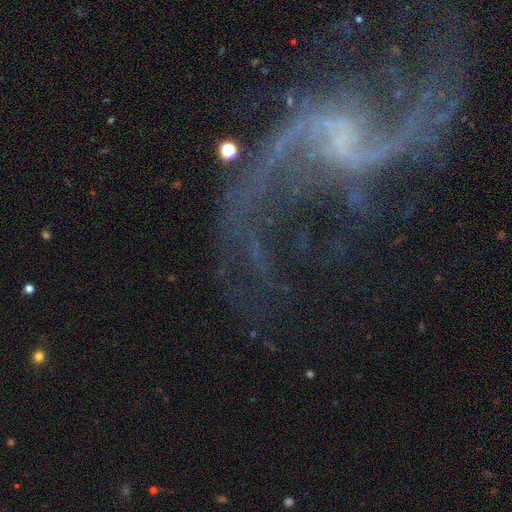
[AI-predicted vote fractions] This appears to be a featured or disk galaxy (84%) with a weak bar (40%), 2 (83%) loose (79%) spiral arms (92%) and no central bulge (46%). Merging: none (52%).